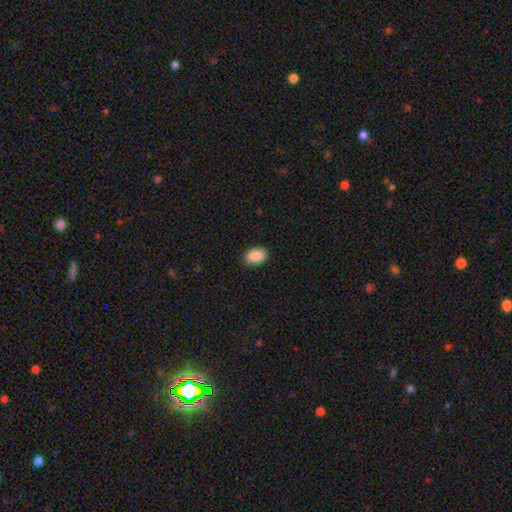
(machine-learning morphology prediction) A smooth galaxy with no disk features (89%) that is in between round and cigar-shaped (82%). Merging: none (88%).